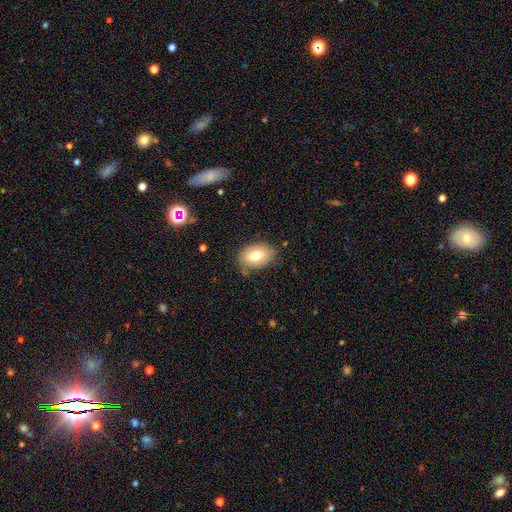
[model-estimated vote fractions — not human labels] Smooth or featured? Predicted: smooth (p=0.75). How rounded? Predicted: in between (p=0.84). Merging? Predicted: none (p=0.72).